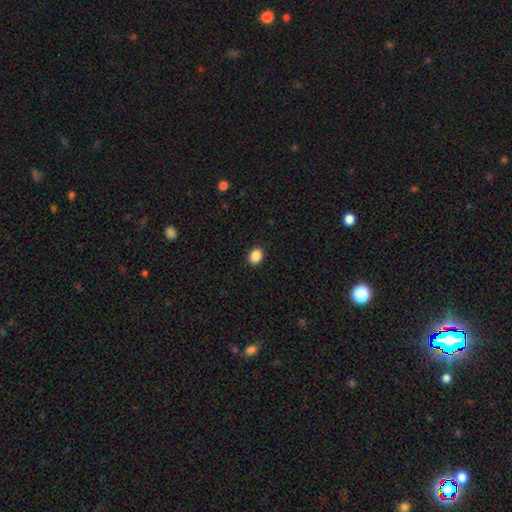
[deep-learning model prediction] The model was most divided on "how rounded": in between: 54%, round: 45%, cigar-shaped: 1%. More confident: merging — none (91%); smooth or featured — smooth (89%).